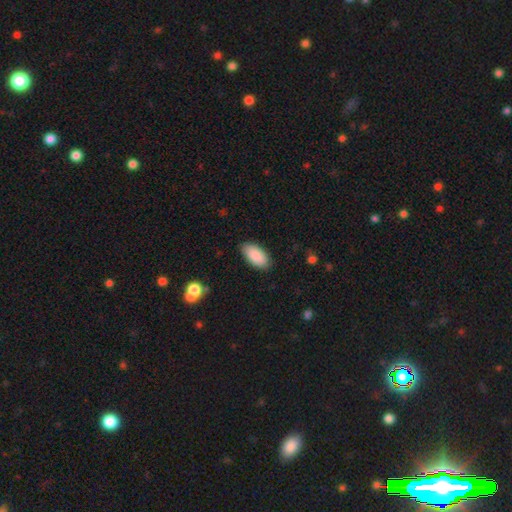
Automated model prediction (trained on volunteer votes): Smooth or featured?
  - smooth: 90% *
  - star or artifact: 6%
  - featured or disk: 4%
How rounded?
  - in between: 93% *
  - cigar-shaped: 5%
  - round: 2%
Merging?
  - none: 87% *
  - minor disturbance: 10%
  - major disturbance: 2%
  - merger: 1%